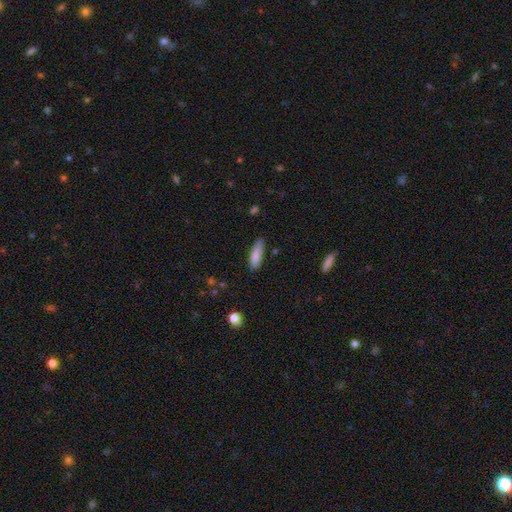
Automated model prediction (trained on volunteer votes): Smooth or featured? smooth (84%)
How rounded? cigar-shaped (60%)
Merging? none (76%)